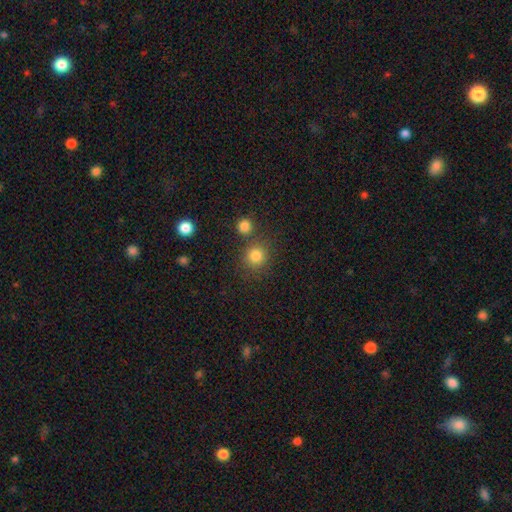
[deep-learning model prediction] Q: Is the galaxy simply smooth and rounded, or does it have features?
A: smooth — 82%.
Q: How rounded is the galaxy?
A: round — 91%.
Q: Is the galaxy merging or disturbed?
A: none — 76%.